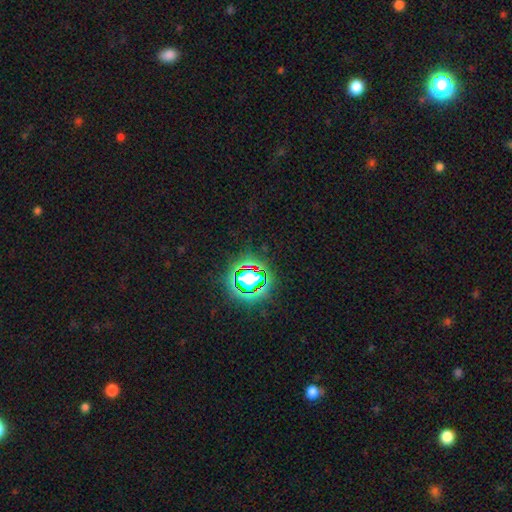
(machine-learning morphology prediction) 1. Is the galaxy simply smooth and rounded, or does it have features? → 80% star or artifact, 13% smooth, 7% featured or disk.